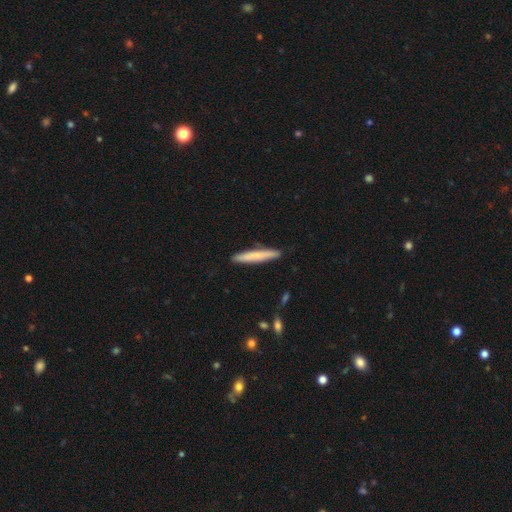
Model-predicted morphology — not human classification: Smooth or featured: smooth — 72% (featured or disk — 23%)
How rounded: cigar-shaped — 95% (in between — 4%)
Merging: none — 89% (minor disturbance — 8%)